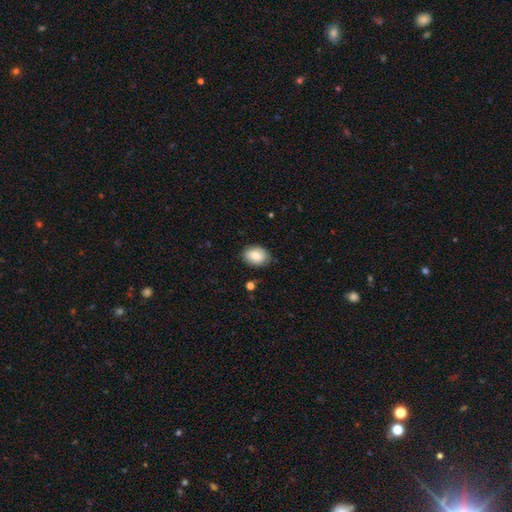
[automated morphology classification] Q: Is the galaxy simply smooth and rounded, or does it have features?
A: smooth — 76%.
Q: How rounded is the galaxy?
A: in between — 70%.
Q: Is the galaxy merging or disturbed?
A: none — 83%.